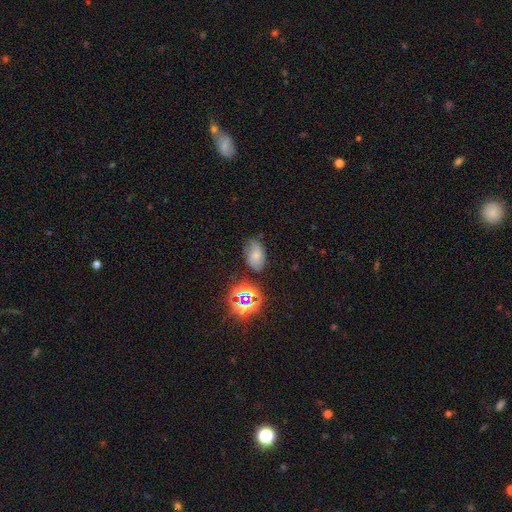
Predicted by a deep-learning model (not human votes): Smooth or featured? smooth (62%)
How rounded? in between (88%)
Merging? none (67%)